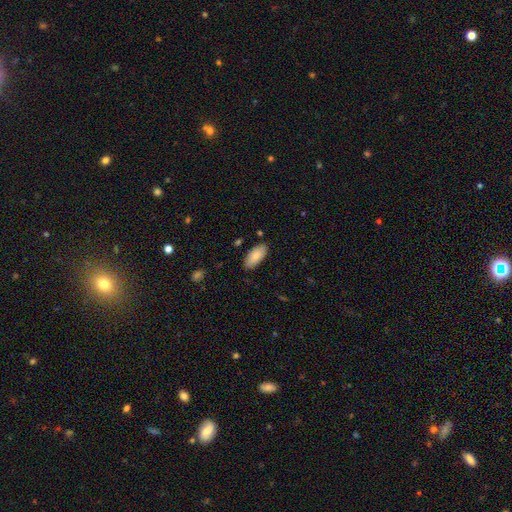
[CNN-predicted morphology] This appears to be a smooth galaxy with no disk features (80%) that is in between round and cigar-shaped (91%). Merging: none (85%).